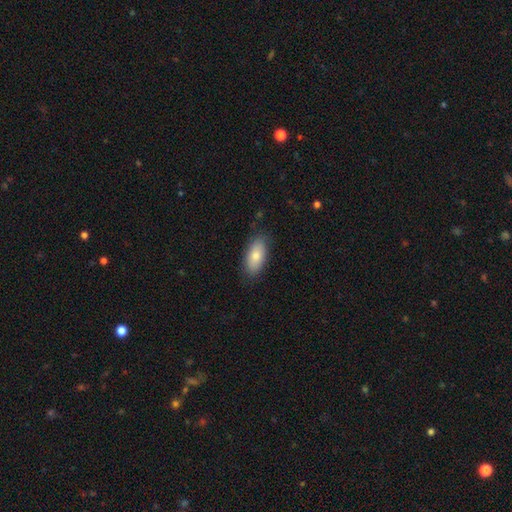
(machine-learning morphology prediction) A smooth galaxy with no disk features (79%) that is in between round and cigar-shaped (91%).

Vote fractions:
- Smooth or featured? smooth: 79% / featured or disk: 15% / star or artifact: 6%
- How rounded? in between: 91% / cigar-shaped: 6% / round: 3%
- Merging? none: 83% / minor disturbance: 13% / major disturbance: 3% / merger: 1%